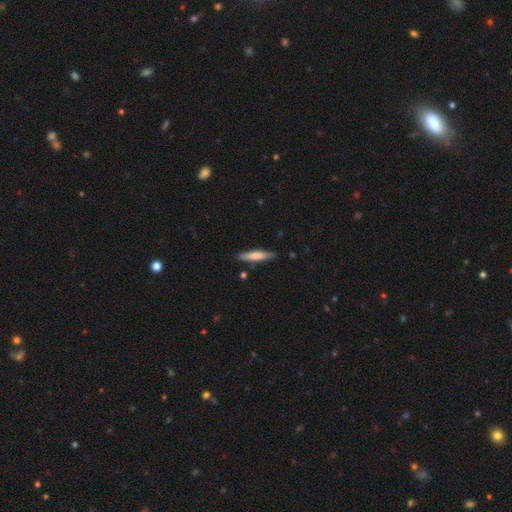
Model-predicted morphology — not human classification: Overall: smooth (63%; featured or disk 31%). How rounded: cigar-shaped (88%). Merging: none (86%).